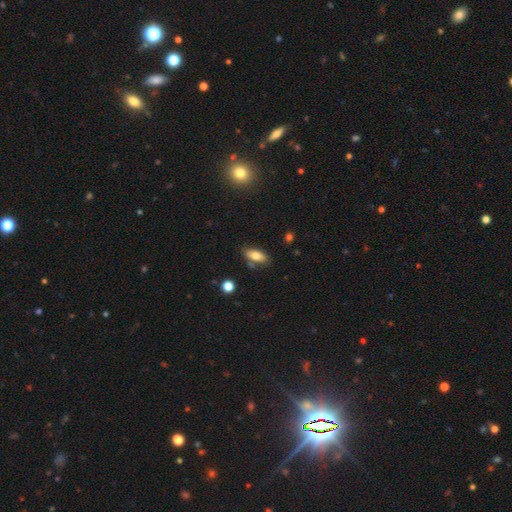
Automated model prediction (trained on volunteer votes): smooth 76%, featured or disk 16%, star or artifact 8%. Down the decision tree: how rounded — in between (87%); merging — none (73%).